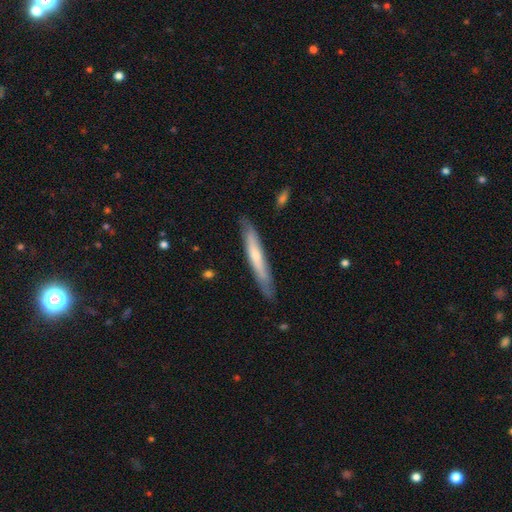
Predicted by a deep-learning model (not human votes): Q: Smooth or featured?
A: smooth (52%); runner-up: featured or disk (43%)
Q: How rounded?
A: cigar-shaped (94%); runner-up: in between (5%)
Q: Merging?
A: none (82%); runner-up: minor disturbance (14%)